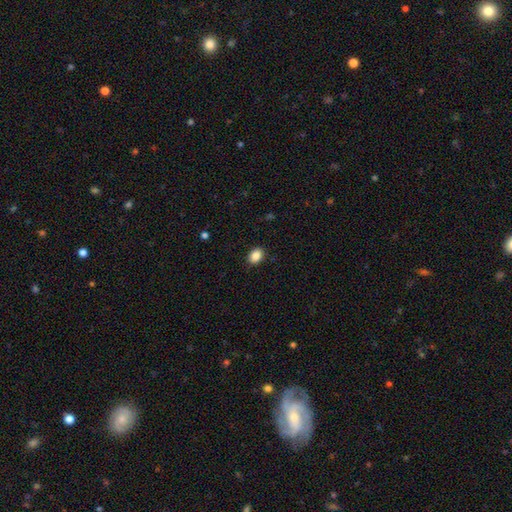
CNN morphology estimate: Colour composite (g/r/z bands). It shows a smooth galaxy with no disk features (88%) that is in between round and cigar-shaped (69%). Merging: none (88%).